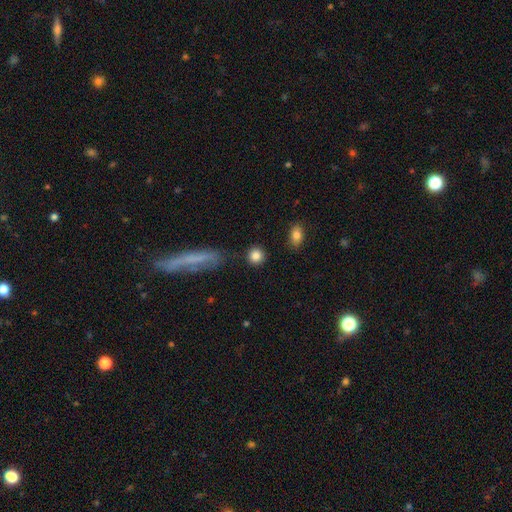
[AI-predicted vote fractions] smooth-or-featured: smooth: 85% | star or artifact: 9% | featured or disk: 6%
  how-rounded: round: 89% | in between: 9% | cigar-shaped: 2%
  merging: none: 86% | minor disturbance: 8% | merger: 3% | major disturbance: 3%